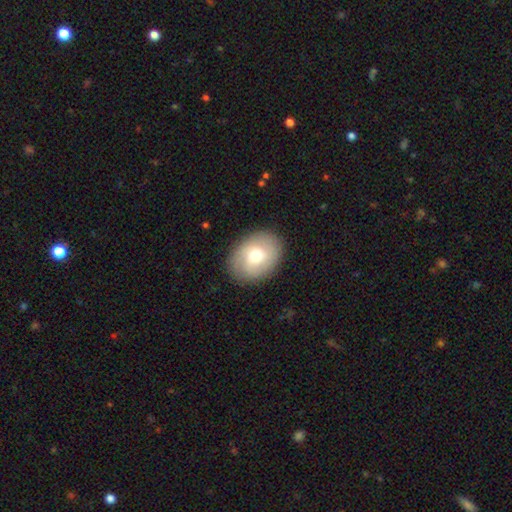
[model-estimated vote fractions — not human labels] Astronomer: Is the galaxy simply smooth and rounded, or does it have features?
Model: smooth — 63%.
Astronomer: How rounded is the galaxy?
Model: in between — 69%.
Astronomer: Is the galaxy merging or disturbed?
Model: none — 85%.